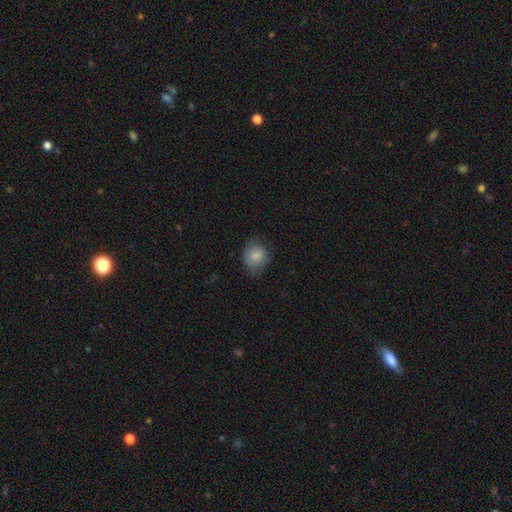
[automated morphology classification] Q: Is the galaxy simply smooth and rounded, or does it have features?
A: smooth — 83%.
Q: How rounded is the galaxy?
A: round — 66%.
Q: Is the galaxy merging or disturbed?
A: none — 67%.